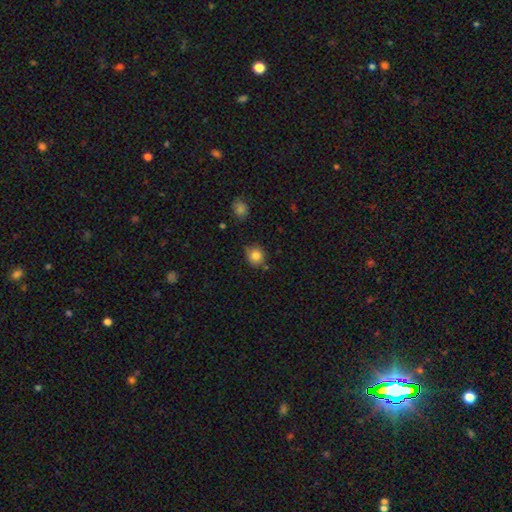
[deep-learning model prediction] A smooth galaxy with no disk features (83%) that is round (88%).

Vote fractions:
- Smooth or featured? smooth: 83% / star or artifact: 11% / featured or disk: 7%
- How rounded? round: 88% / in between: 11% / cigar-shaped: 1%
- Merging? none: 74% / minor disturbance: 18% / merger: 5% / major disturbance: 3%